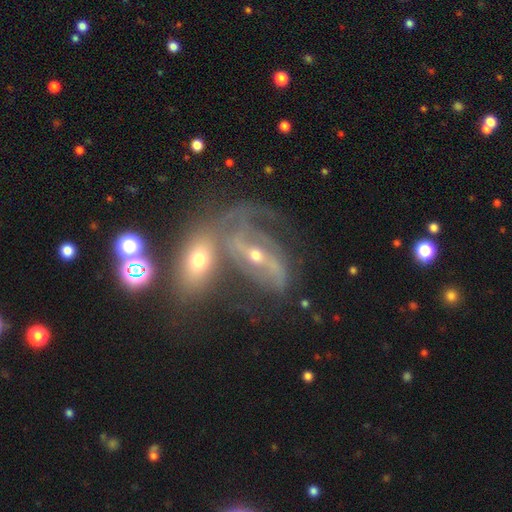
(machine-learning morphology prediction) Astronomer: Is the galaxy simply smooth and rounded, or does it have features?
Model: featured or disk — 78%.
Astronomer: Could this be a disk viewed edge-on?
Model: no — 93%.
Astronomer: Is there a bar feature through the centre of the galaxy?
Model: strong — 43% (runner-up: weak, 31%).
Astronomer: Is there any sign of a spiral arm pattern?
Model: yes — 84%.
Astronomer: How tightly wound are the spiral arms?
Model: medium — 43% (runner-up: loose, 34%).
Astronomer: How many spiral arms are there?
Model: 2 — 70%.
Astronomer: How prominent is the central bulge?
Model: small — 52% (runner-up: moderate, 43%).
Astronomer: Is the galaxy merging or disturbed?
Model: merger — 42% (runner-up: none, 28%).